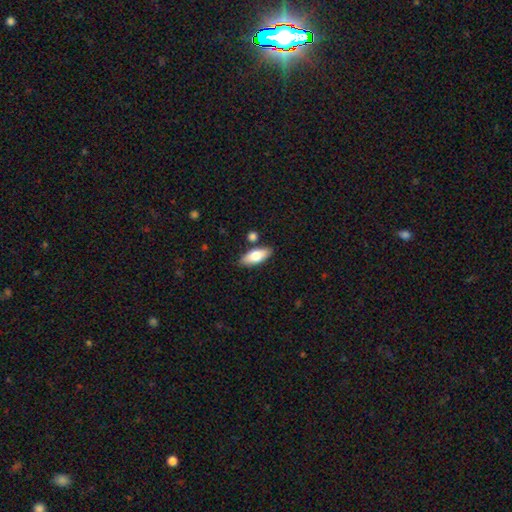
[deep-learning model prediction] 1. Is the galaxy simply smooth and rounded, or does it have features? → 76% smooth, 18% featured or disk, 6% star or artifact.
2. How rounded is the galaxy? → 79% in between, 18% cigar-shaped, 3% round.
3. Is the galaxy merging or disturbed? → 80% none, 11% minor disturbance, 6% merger, 2% major disturbance.